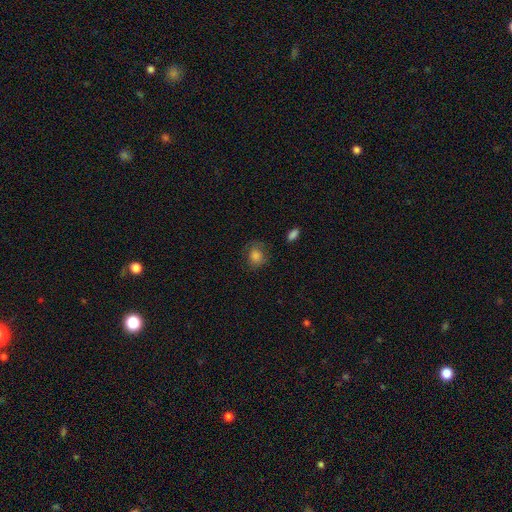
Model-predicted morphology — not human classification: Smooth or featured: smooth — 83% (star or artifact — 10%)
How rounded: round — 69% (in between — 29%)
Merging: none — 72% (minor disturbance — 19%)